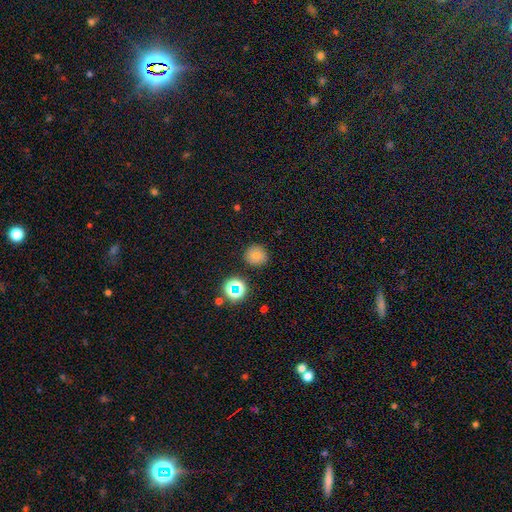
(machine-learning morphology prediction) A smooth galaxy with no disk features (74%) that is round (89%). Merging: none (87%).